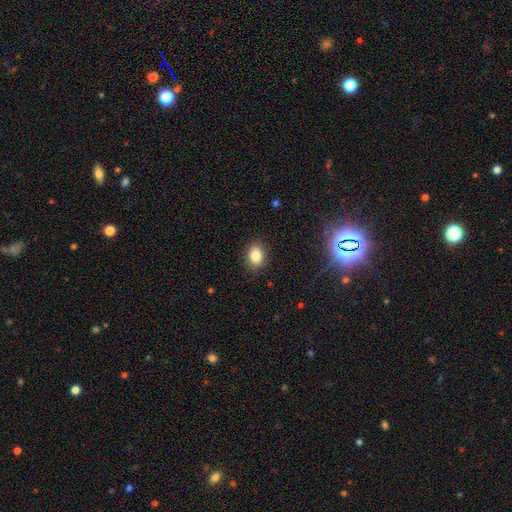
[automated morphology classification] This is clearly a smooth galaxy (84%). How rounded: likely in between (73%). Merging: clearly none (87%).